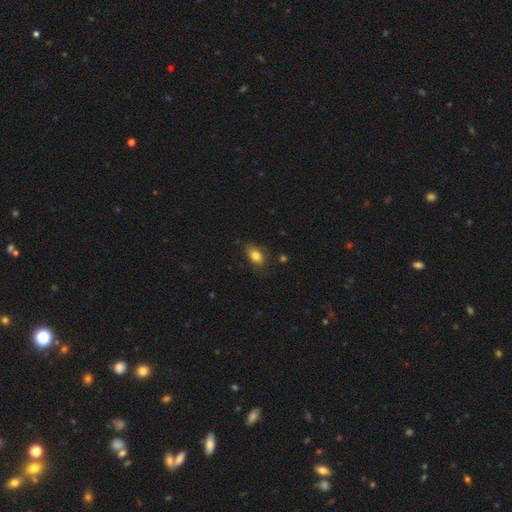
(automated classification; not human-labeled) A smooth galaxy with no disk features (81%) that is in between round and cigar-shaped (84%).

Vote fractions:
- Smooth or featured? smooth: 81% / featured or disk: 10% / star or artifact: 9%
- How rounded? in between: 84% / round: 12% / cigar-shaped: 4%
- Merging? none: 73% / minor disturbance: 21% / major disturbance: 4% / merger: 2%